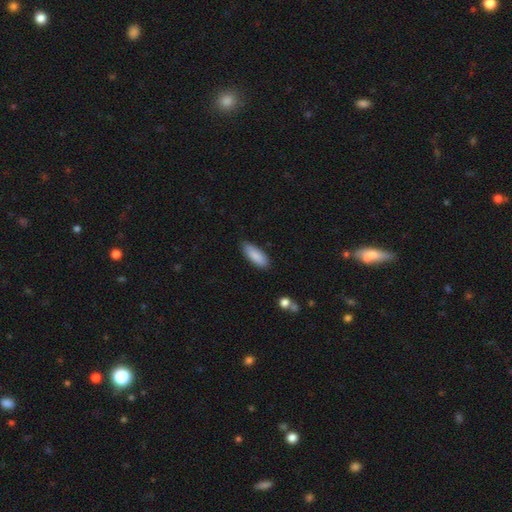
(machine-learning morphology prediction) Smooth or featured? Predicted: smooth (p=0.88). How rounded? Predicted: in between (p=0.70). Merging? Predicted: none (p=0.83).